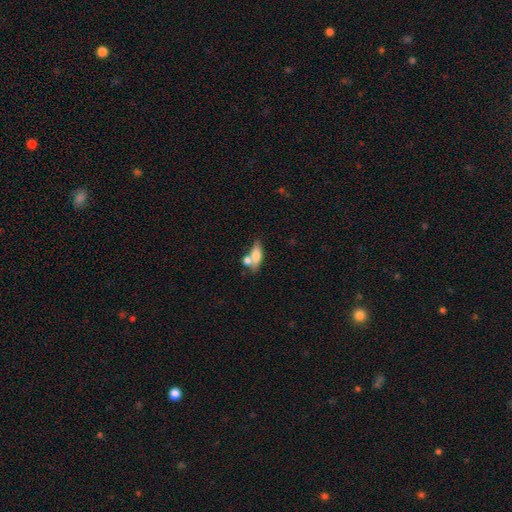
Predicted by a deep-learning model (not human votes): Morphology: type=smooth (69%); roundness=in between (65%); merging=none (44%).